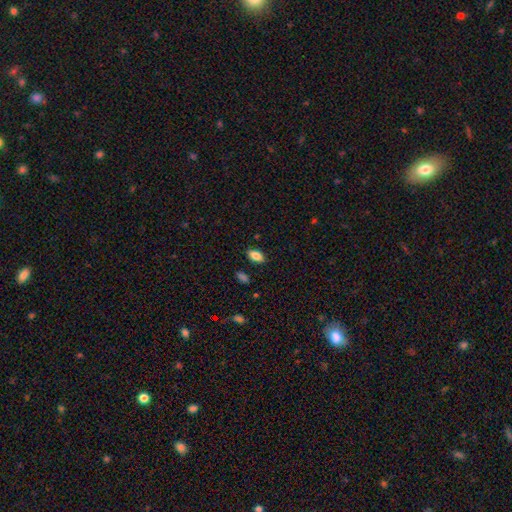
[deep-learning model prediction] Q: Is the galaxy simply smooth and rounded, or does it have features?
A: smooth — 84%.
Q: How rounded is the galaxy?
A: in between — 91%.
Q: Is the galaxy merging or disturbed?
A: none — 87%.